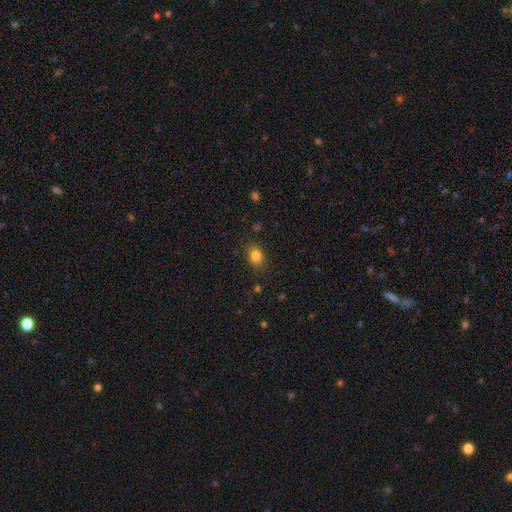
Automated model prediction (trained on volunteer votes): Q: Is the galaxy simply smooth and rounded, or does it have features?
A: smooth — 82%.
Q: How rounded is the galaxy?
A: in between — 67%.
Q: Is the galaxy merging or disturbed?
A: none — 84%.